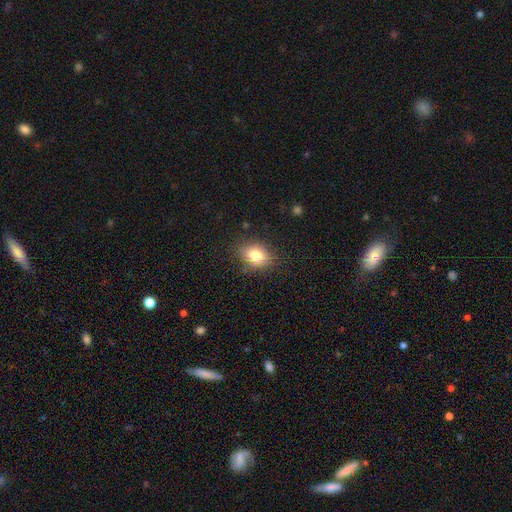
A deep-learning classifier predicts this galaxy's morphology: smooth 81%, star or artifact 10%, featured or disk 9%. Down the decision tree: how rounded — in between (71%); merging — none (82%).